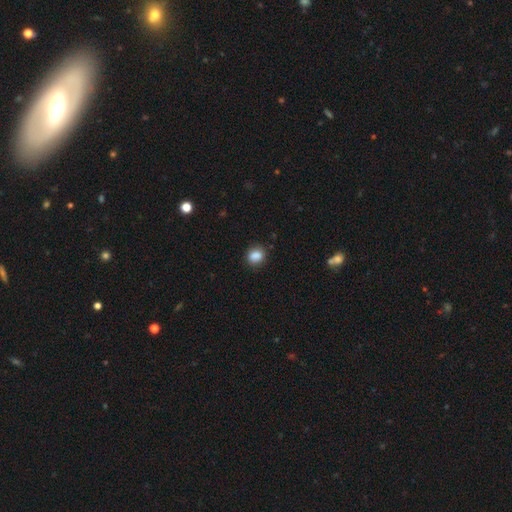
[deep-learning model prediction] Overall: smooth (85%). How rounded: round (58%; in between 40%). Merging: none (83%).